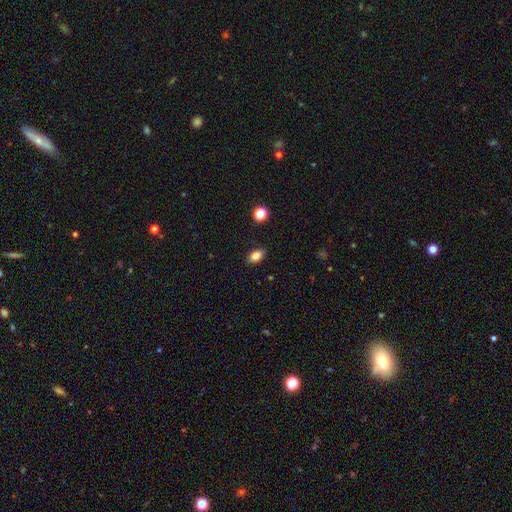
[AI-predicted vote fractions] A smooth galaxy with no disk features (83%) that is in between round and cigar-shaped (87%). Merging: none (88%).